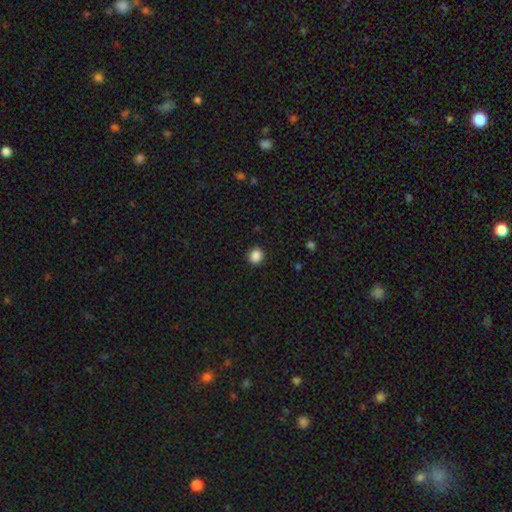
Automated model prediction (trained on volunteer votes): Morphology: type=smooth (87%); roundness=round (80%); merging=none (91%).